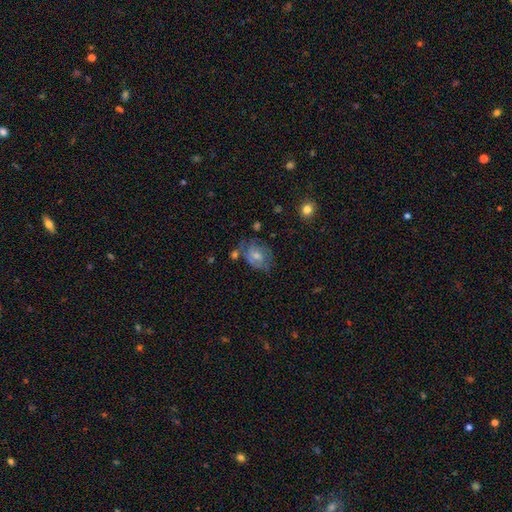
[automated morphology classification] Smooth or featured: featured or disk — 46% (smooth — 45%)
Merging: none — 45% (minor disturbance — 28%)